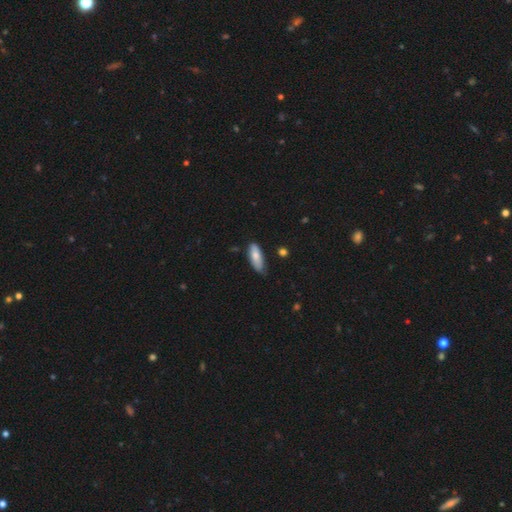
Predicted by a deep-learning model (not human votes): smooth_or_featured: smooth (p=0.78) [alt: featured or disk p=0.16]
how_rounded: in between (p=0.72) [alt: cigar-shaped p=0.26]
merging: none (p=0.65) [alt: minor disturbance p=0.29]